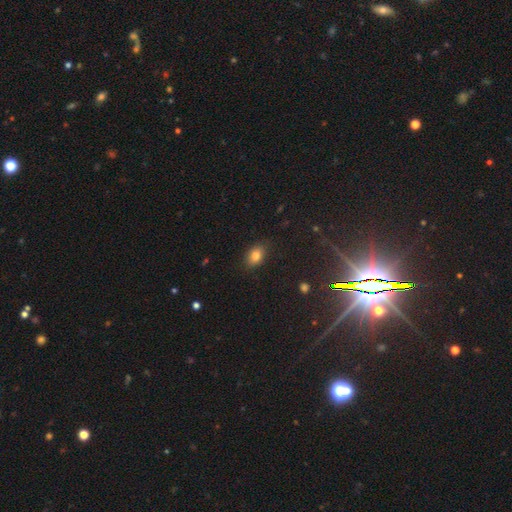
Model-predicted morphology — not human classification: Overall: smooth (83%). How rounded: in between (79%). Merging: none (83%).